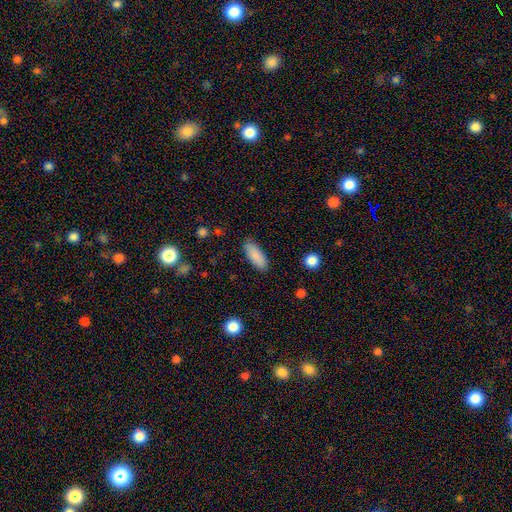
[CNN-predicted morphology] Q: Smooth or featured?
A: smooth (87%); runner-up: star or artifact (6%)
Q: How rounded?
A: in between (78%); runner-up: cigar-shaped (21%)
Q: Merging?
A: none (85%); runner-up: minor disturbance (11%)